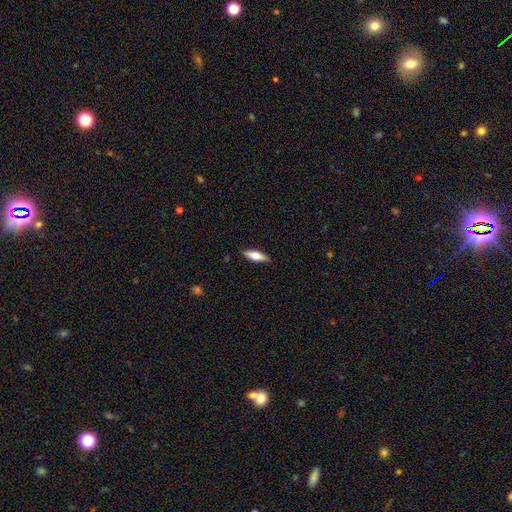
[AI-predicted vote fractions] Morphology: type=smooth (63%); roundness=in between (61%); merging=none (88%).